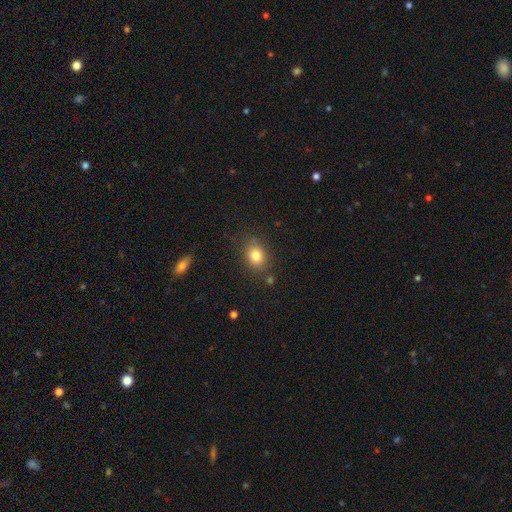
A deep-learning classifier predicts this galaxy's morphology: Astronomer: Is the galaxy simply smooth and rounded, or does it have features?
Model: smooth — 81%.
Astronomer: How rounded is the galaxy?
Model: round — 50% (runner-up: in between, 49%).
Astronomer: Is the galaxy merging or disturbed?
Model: none — 79%.